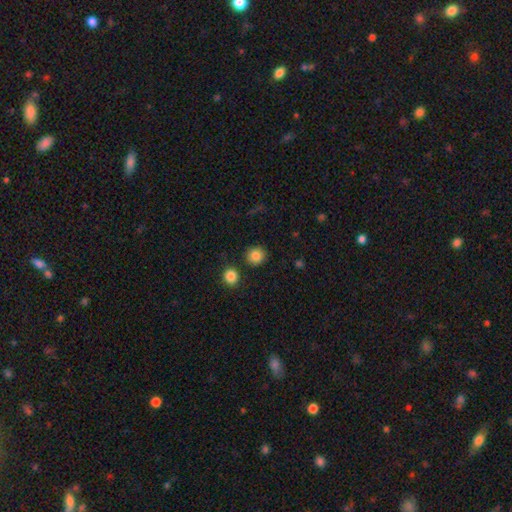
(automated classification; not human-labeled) Smooth or featured?
  - smooth: 85% *
  - star or artifact: 10%
  - featured or disk: 5%
How rounded?
  - round: 89% *
  - in between: 10%
  - cigar-shaped: 1%
Merging?
  - none: 87% *
  - minor disturbance: 7%
  - merger: 4%
  - major disturbance: 2%